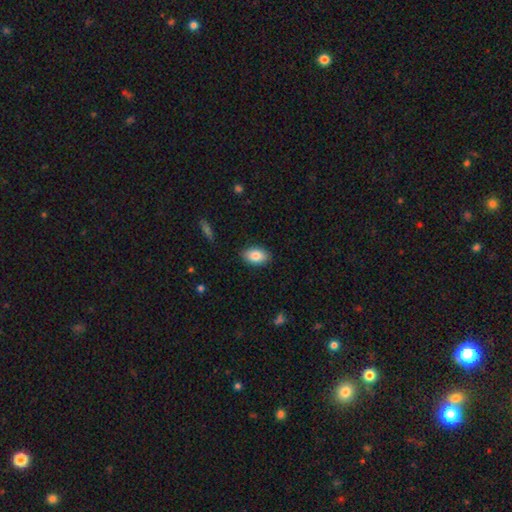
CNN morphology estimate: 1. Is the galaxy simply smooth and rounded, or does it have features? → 84% smooth, 9% featured or disk, 7% star or artifact.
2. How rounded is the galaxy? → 91% in between, 8% round, 2% cigar-shaped.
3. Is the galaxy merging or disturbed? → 87% none, 10% minor disturbance, 2% major disturbance, 1% merger.